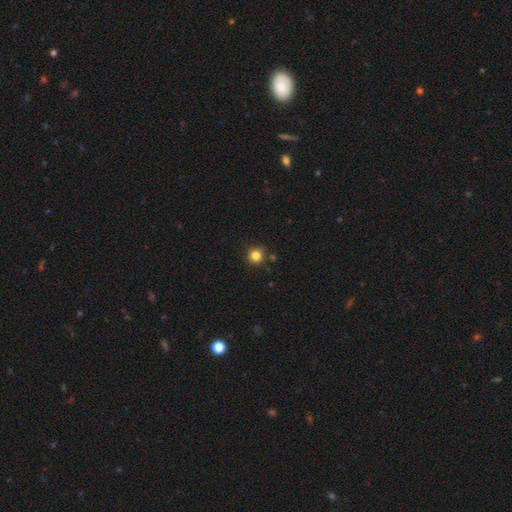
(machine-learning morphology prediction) Smooth or featured? smooth (83%)
How rounded? round (94%)
Merging? none (88%)